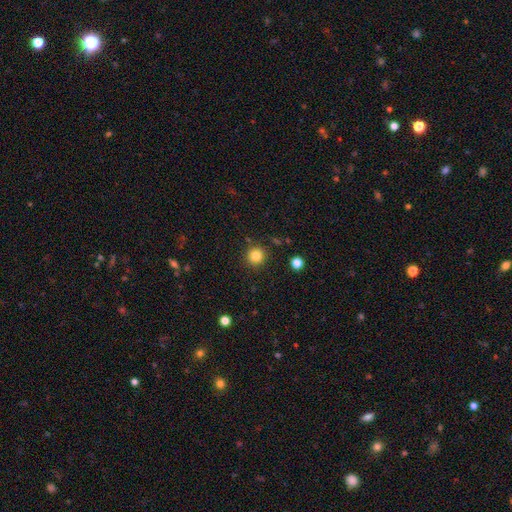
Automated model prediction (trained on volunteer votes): Morphology: type=smooth (83%); roundness=round (94%); merging=none (89%).